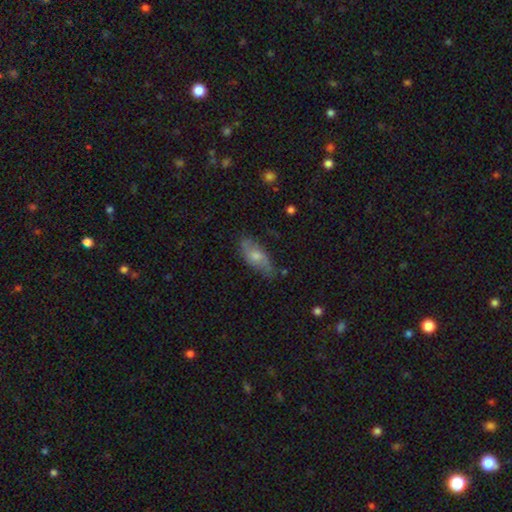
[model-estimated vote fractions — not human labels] A smooth galaxy with no disk features (51%) that is in between round and cigar-shaped (76%). Merging: none (71%).